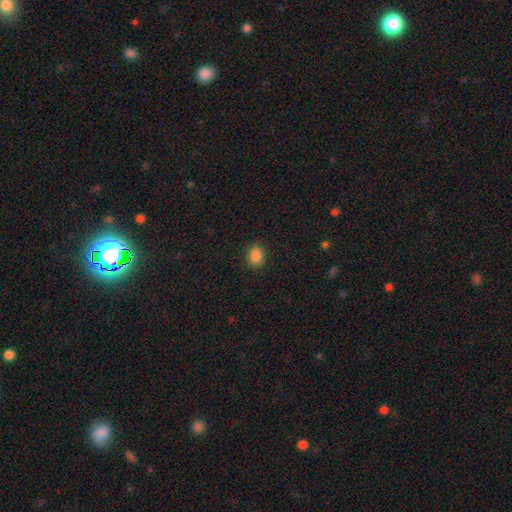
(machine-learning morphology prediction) Smooth or featured? smooth (86%)
How rounded? in between (53%)
Merging? none (85%)